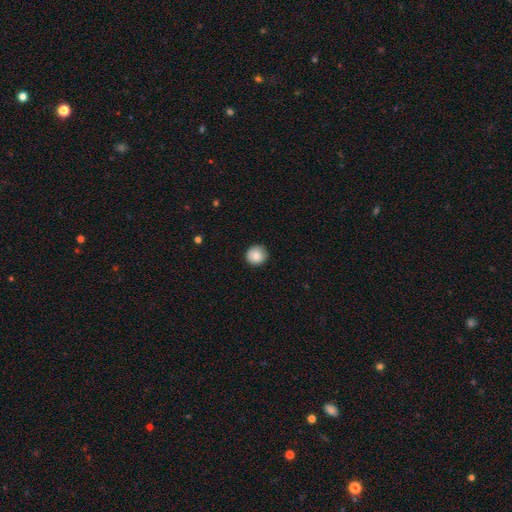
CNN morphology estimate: A smooth galaxy with no disk features (86%) that is round (94%). Merging: none (89%).